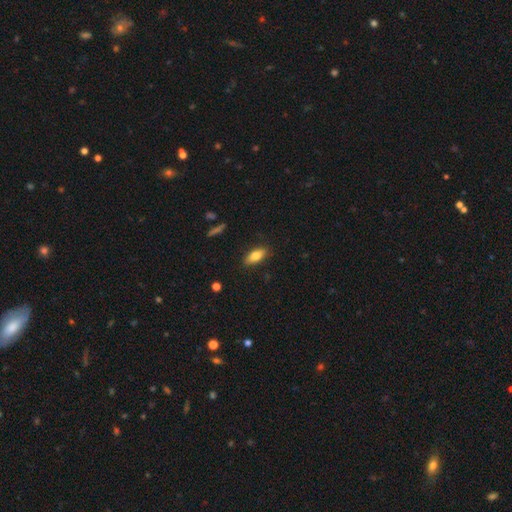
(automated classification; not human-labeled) smooth_or_featured: smooth (p=0.78) [alt: featured or disk p=0.15]
how_rounded: in between (p=0.82) [alt: cigar-shaped p=0.15]
merging: none (p=0.87) [alt: minor disturbance p=0.10]